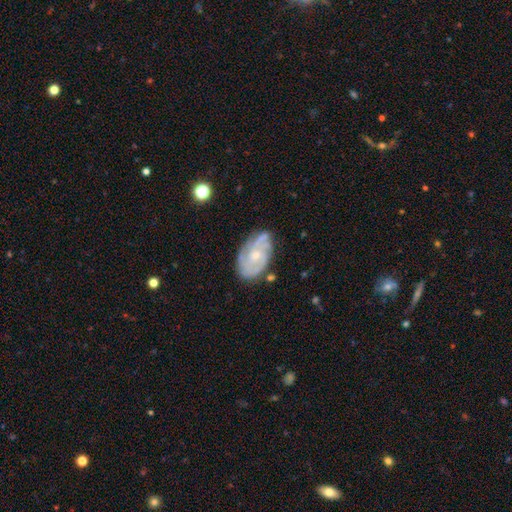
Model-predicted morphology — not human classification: Smooth or featured? featured or disk (81%)
Edge-on disk? no (97%)
Bar? no (70%)
Spiral arms? yes (94%)
Spiral winding? tight (57%)
Spiral arm count? 3 (31%)
Bulge size? small (61%)
Merging? none (68%)